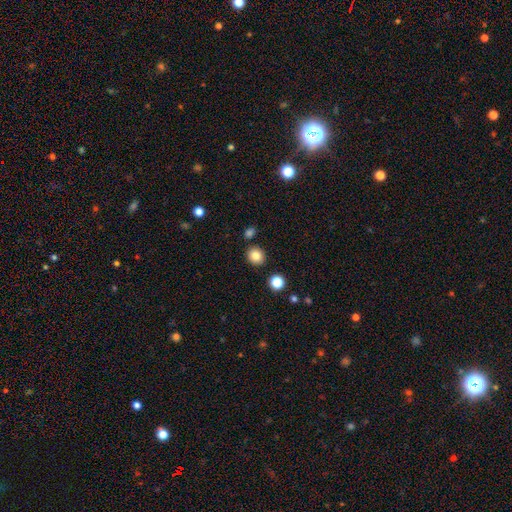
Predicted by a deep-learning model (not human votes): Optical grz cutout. It shows a smooth galaxy with no disk features (84%) that is round (81%). Merging: none (88%).